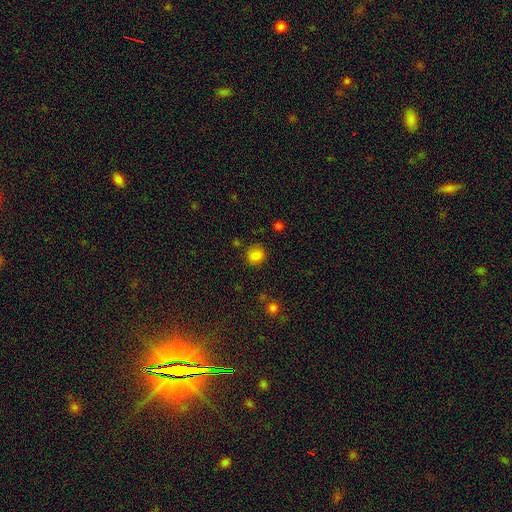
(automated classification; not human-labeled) smooth-or-featured: smooth: 83% | star or artifact: 12% | featured or disk: 5%
  how-rounded: round: 84% | in between: 15% | cigar-shaped: 1%
  merging: none: 85% | minor disturbance: 9% | major disturbance: 3% | merger: 3%